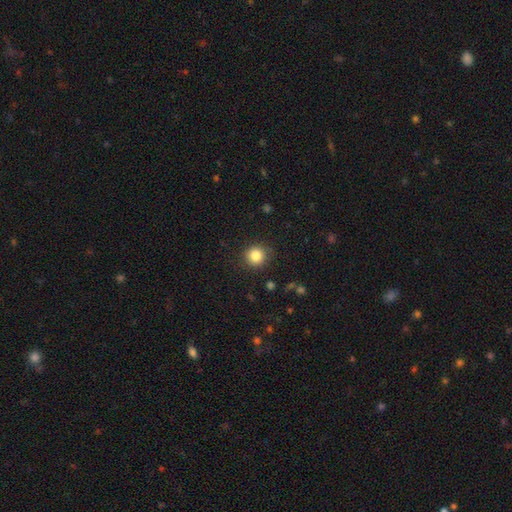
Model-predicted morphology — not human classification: Smooth or featured? Predicted: smooth (p=0.84). How rounded? Predicted: round (p=0.93). Merging? Predicted: none (p=0.88).